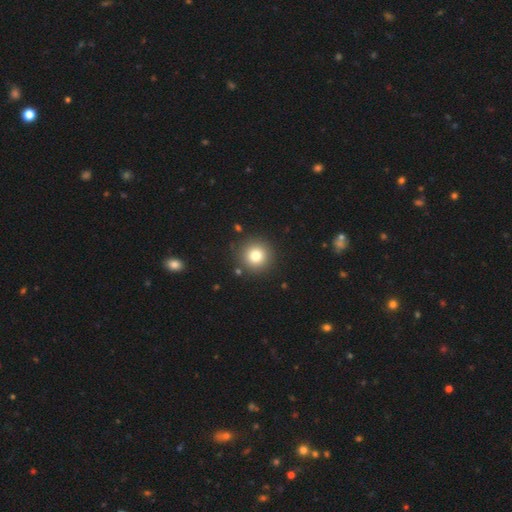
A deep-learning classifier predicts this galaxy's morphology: This is likely a smooth galaxy (80%). How rounded: clearly round (95%). Merging: clearly none (89%).